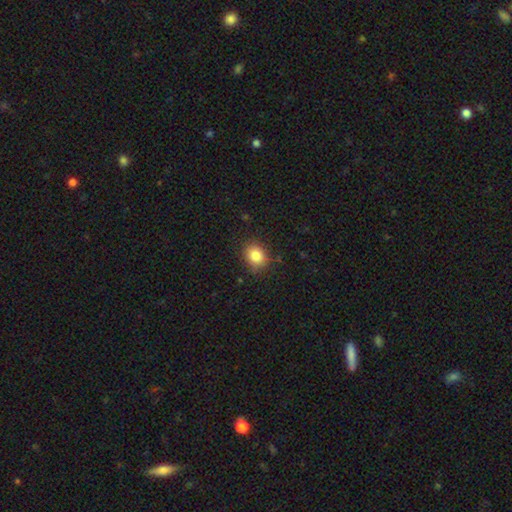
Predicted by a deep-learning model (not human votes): The model was most divided on "how rounded": round: 54%, in between: 45%, cigar-shaped: 1%. More confident: smooth or featured — smooth (84%); merging — none (84%).